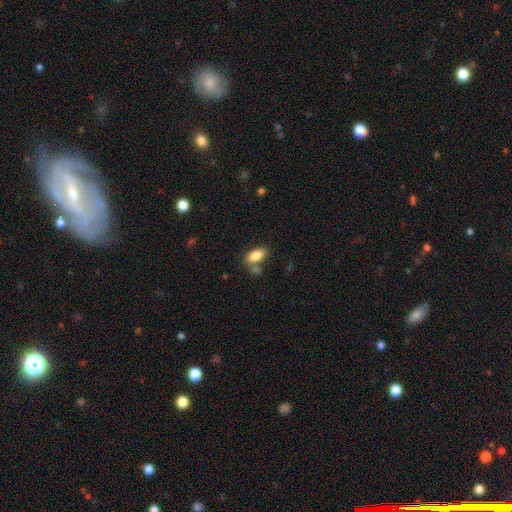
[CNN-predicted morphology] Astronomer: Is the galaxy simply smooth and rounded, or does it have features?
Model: smooth — 83%.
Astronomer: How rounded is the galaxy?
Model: in between — 90%.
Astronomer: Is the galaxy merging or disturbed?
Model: none — 57%.